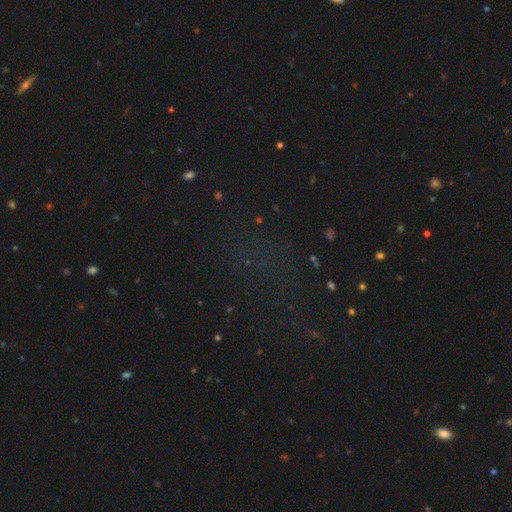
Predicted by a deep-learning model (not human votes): Morphology: type=star or artifact (66%).